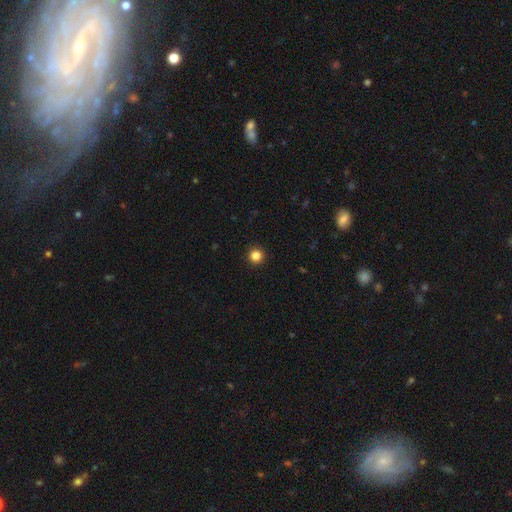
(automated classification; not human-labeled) This is clearly a smooth galaxy (84%). How rounded: clearly round (96%). Merging: clearly none (94%).